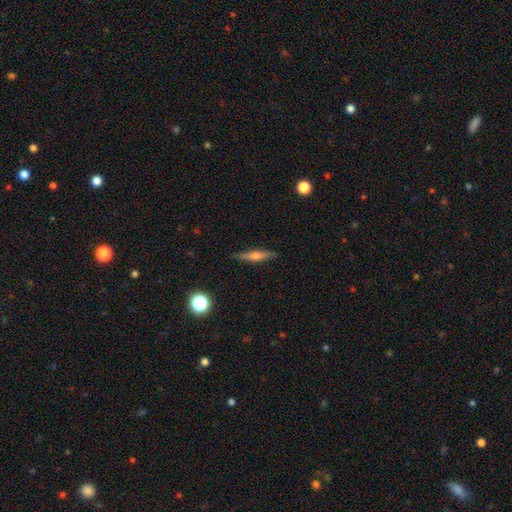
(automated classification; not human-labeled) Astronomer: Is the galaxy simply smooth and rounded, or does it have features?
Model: featured or disk — 62%.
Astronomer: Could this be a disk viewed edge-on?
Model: yes — 96%.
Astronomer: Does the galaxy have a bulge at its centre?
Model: rounded — 85%.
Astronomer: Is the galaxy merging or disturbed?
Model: none — 88%.